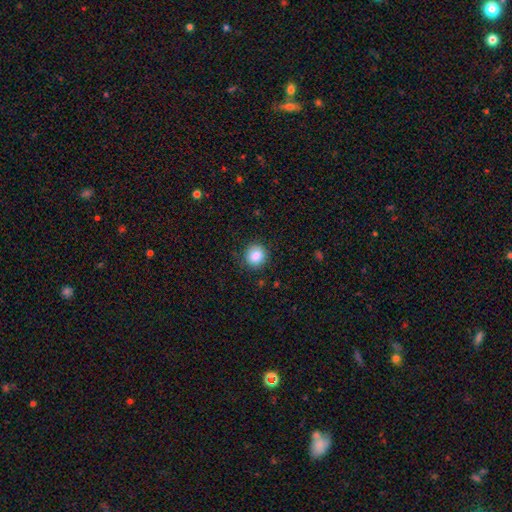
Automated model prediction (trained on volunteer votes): Q: Smooth or featured?
A: smooth (86%); runner-up: star or artifact (9%)
Q: How rounded?
A: round (88%); runner-up: in between (11%)
Q: Merging?
A: none (86%); runner-up: minor disturbance (10%)